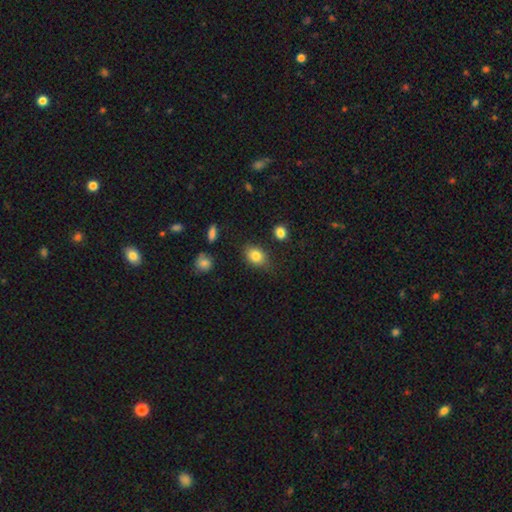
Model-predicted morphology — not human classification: Smooth or featured? Predicted: smooth (p=0.82). How rounded? Predicted: in between (p=0.64). Merging? Predicted: none (p=0.74).